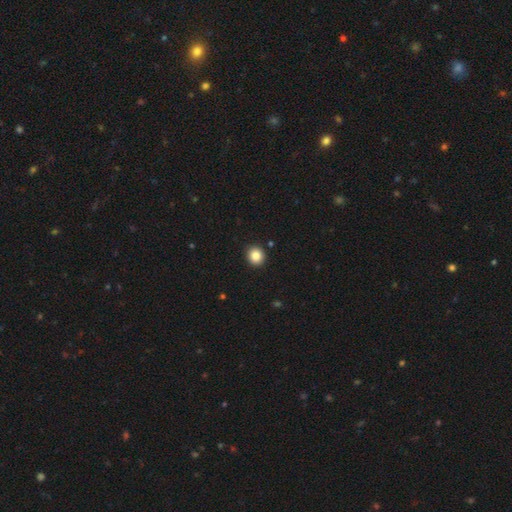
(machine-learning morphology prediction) Smooth or featured? smooth (84%)
How rounded? round (88%)
Merging? none (92%)